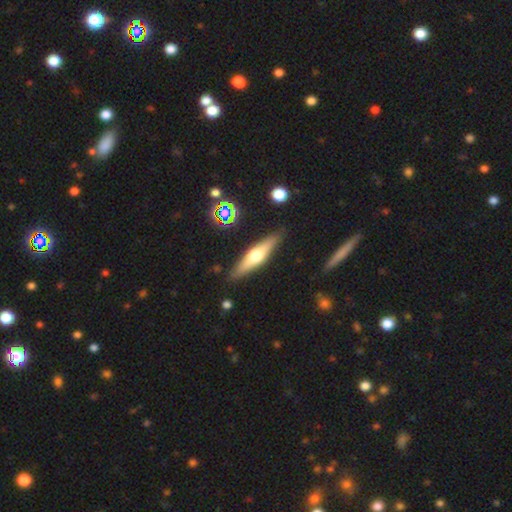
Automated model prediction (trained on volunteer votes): featured or disk 53%, smooth 40%, star or artifact 7%. Down the decision tree: edge-on disk — yes (92%); merging — none (87%).